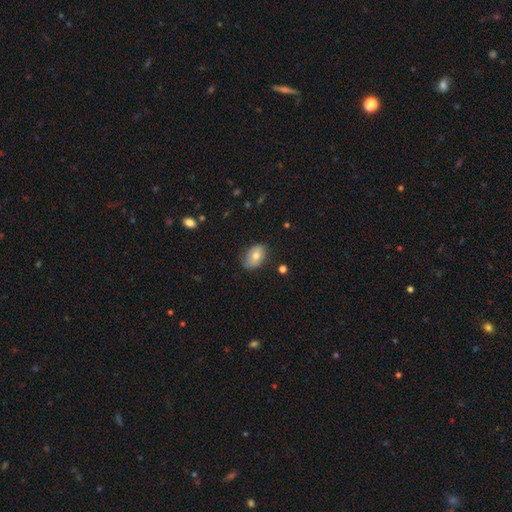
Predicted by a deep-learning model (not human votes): Morphology: type=smooth (72%); roundness=in between (83%); merging=none (72%).